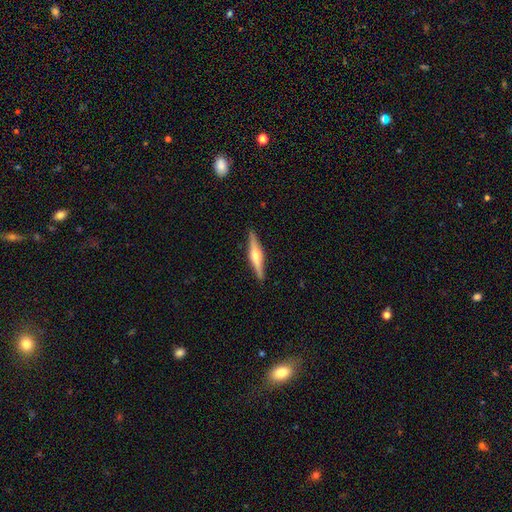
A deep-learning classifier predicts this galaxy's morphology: Smooth or featured: featured or disk — 70% (smooth — 25%)
Edge-on disk: yes — 98% (no — 2%)
Edge-on bulge: rounded — 88% (boxy — 8%)
Merging: none — 91% (minor disturbance — 7%)